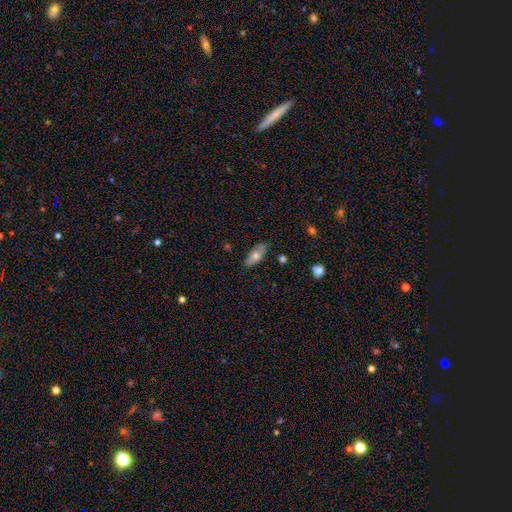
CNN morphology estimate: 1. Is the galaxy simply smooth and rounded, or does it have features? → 68% smooth, 25% featured or disk, 7% star or artifact.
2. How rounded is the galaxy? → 79% in between, 17% cigar-shaped, 3% round.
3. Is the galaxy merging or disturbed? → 77% none, 18% minor disturbance, 3% major disturbance, 2% merger.